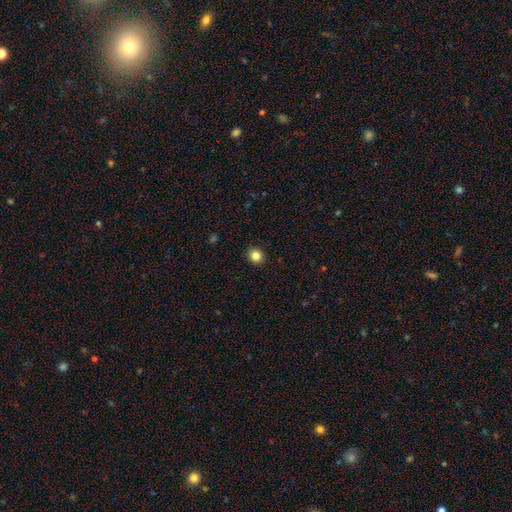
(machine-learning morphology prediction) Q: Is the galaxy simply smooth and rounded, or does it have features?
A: smooth — 84%.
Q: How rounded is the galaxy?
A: round — 78%.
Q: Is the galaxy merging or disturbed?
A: none — 92%.